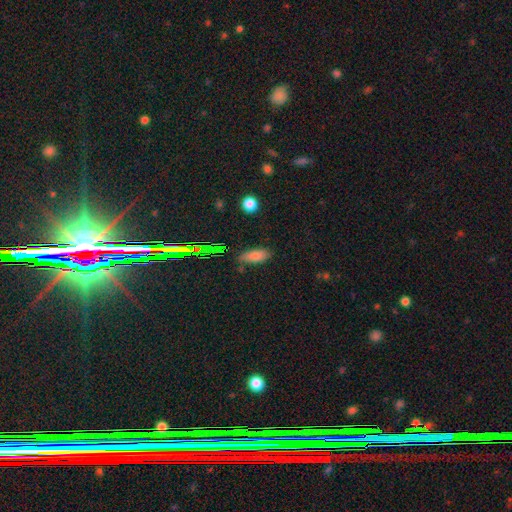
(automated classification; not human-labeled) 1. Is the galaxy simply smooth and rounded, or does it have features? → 79% smooth, 12% star or artifact, 9% featured or disk.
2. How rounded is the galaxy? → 78% in between, 19% cigar-shaped, 3% round.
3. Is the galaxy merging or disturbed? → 73% none, 19% minor disturbance, 4% major disturbance, 4% merger.